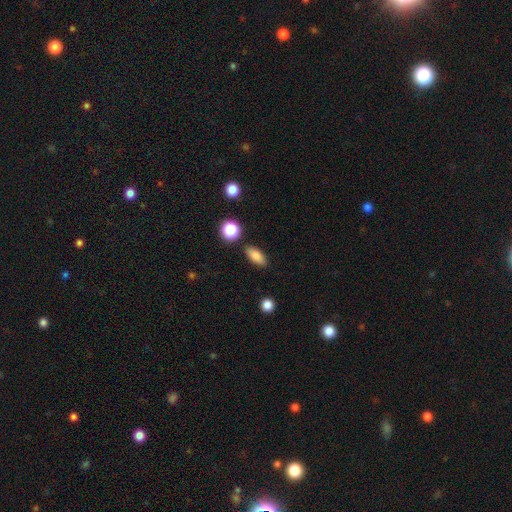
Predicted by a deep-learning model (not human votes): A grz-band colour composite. It shows a smooth galaxy with no disk features (84%) that is in between round and cigar-shaped (80%). Merging: none (86%).